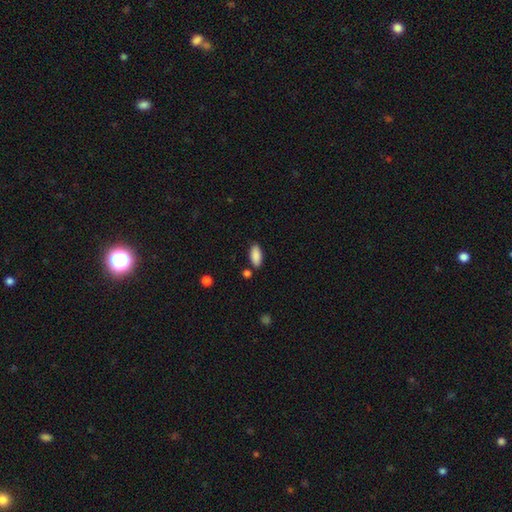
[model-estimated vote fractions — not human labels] A smooth galaxy with no disk features (89%) that is in between round and cigar-shaped (89%).

Vote fractions:
- Smooth or featured? smooth: 89% / star or artifact: 7% / featured or disk: 4%
- How rounded? in between: 89% / cigar-shaped: 9% / round: 2%
- Merging? none: 81% / minor disturbance: 12% / merger: 5% / major disturbance: 3%